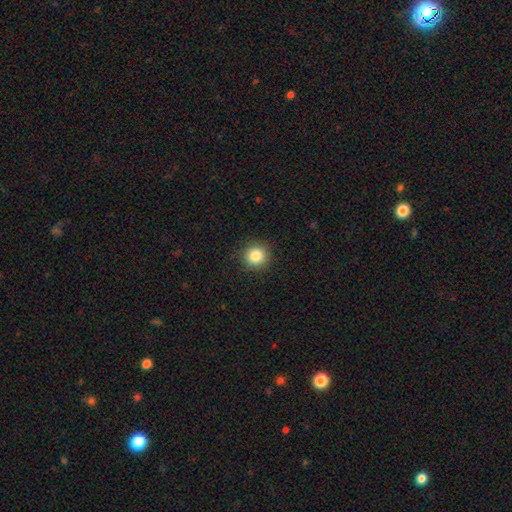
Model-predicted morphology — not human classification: smooth 84%, star or artifact 11%, featured or disk 5%. Down the decision tree: how rounded — round (93%); merging — none (91%).